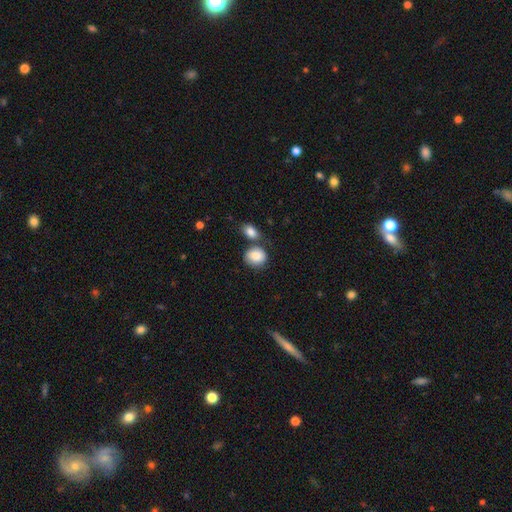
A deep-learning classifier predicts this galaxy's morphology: Smooth or featured? Predicted: smooth (p=0.85). How rounded? Predicted: round (p=0.64). Merging? Predicted: none (p=0.55).